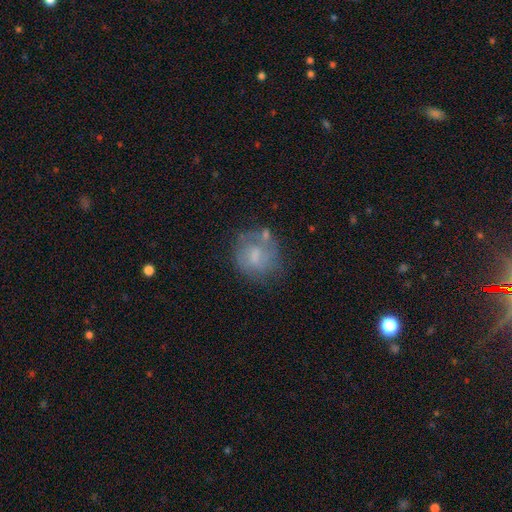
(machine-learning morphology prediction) smooth 46%, featured or disk 44%, star or artifact 10%. Down the decision tree: merging — none (56%).